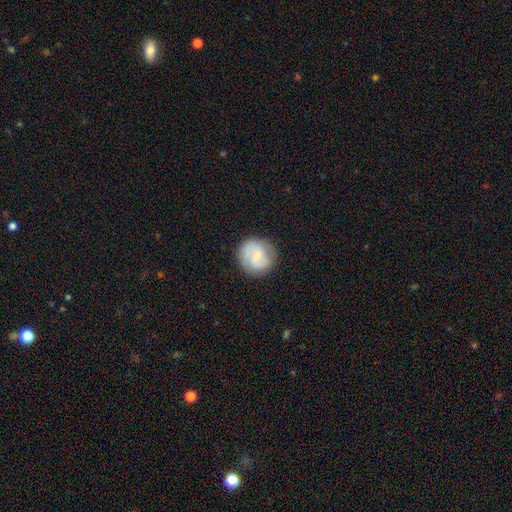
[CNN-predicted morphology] Q: Smooth or featured?
A: smooth (55%); runner-up: featured or disk (37%)
Q: How rounded?
A: round (89%); runner-up: in between (10%)
Q: Merging?
A: none (80%); runner-up: minor disturbance (14%)